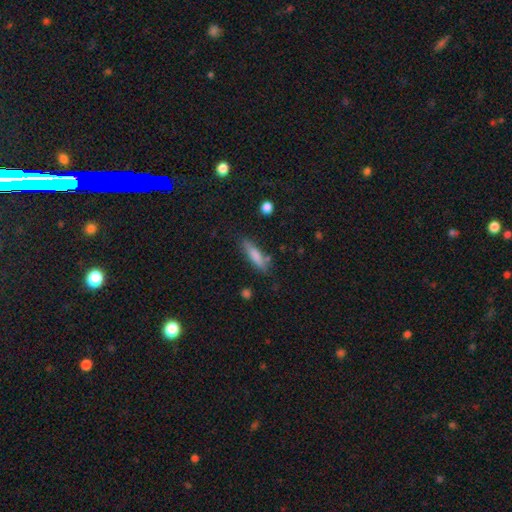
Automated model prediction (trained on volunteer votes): Morphology: type=smooth (77%); roundness=cigar-shaped (71%); merging=none (75%).